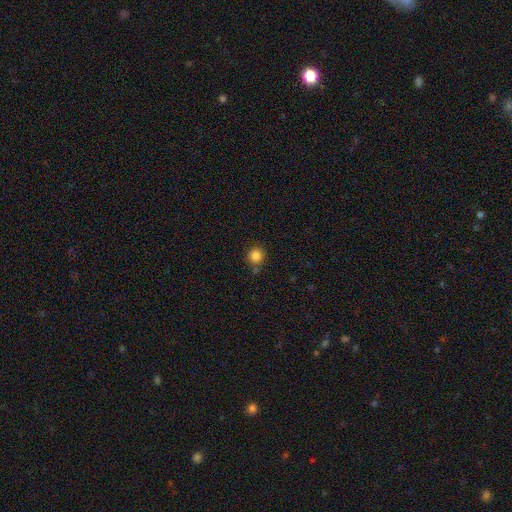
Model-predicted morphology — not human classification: This appears to be a smooth galaxy with no disk features (84%) that is round (90%). Merging: none (78%).